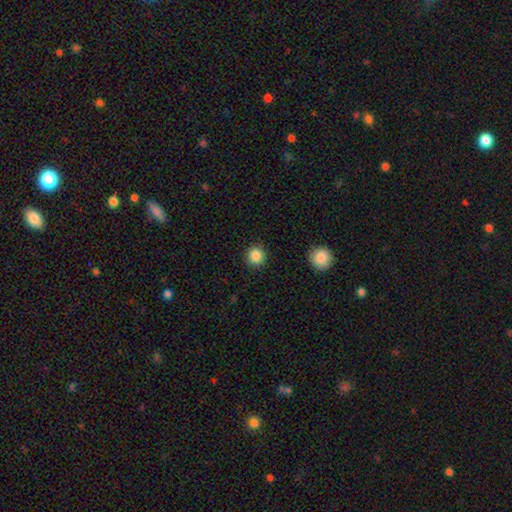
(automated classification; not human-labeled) Morphology: type=smooth (86%); roundness=round (90%); merging=none (91%).